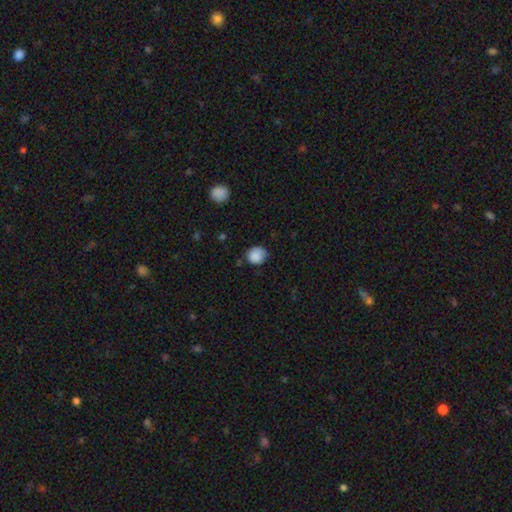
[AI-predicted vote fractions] smooth_or_featured: smooth (p=0.87) [alt: star or artifact p=0.08]
how_rounded: round (p=0.80) [alt: in between p=0.19]
merging: none (p=0.68) [alt: minor disturbance p=0.26]